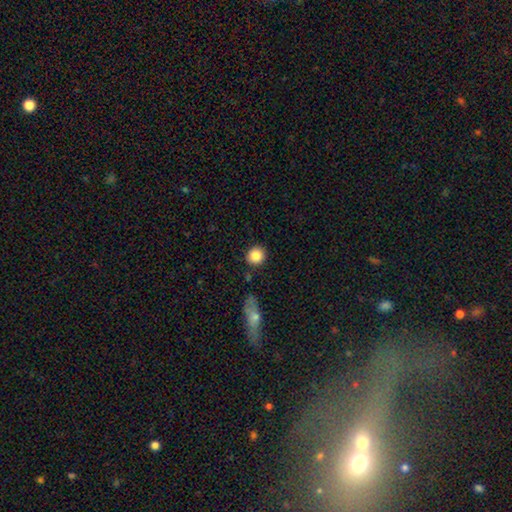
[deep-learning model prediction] Morphology: type=smooth (87%); roundness=round (89%); merging=none (84%).